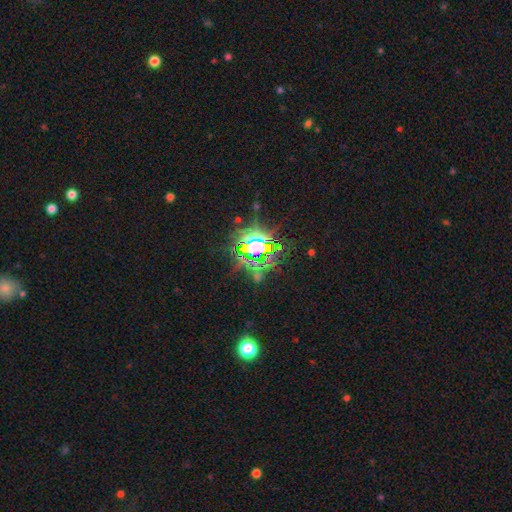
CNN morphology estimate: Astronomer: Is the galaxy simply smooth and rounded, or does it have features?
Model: star or artifact — 82%.